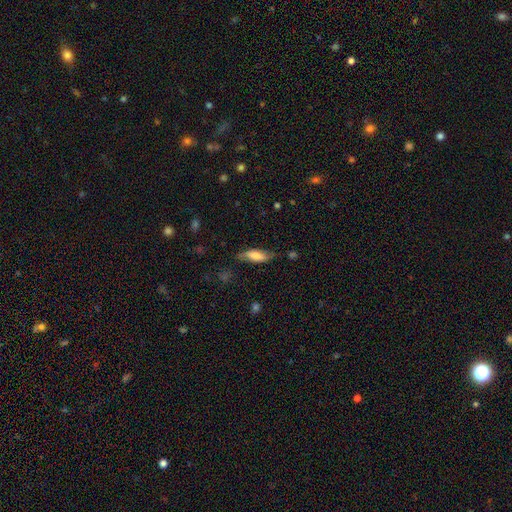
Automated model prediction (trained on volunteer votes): This appears to be a smooth galaxy with no disk features (69%) that is in between round and cigar-shaped (63%). Merging: none (65%).